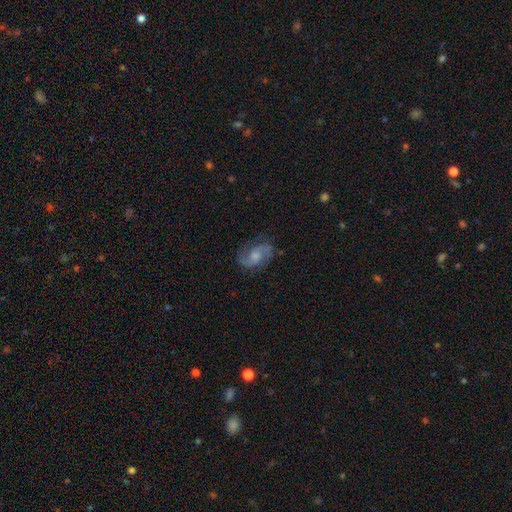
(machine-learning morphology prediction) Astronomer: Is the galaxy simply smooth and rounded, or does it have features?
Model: featured or disk — 75%.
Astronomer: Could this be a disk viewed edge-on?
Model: no — 97%.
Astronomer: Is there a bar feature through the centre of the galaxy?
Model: no — 58% (runner-up: weak, 37%).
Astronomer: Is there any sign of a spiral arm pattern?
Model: yes — 93%.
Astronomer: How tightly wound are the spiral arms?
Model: medium — 47% (runner-up: loose, 38%).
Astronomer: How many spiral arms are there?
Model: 2 — 87%.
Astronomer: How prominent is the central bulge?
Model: moderate — 50%.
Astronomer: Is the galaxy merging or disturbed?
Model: none — 73%.